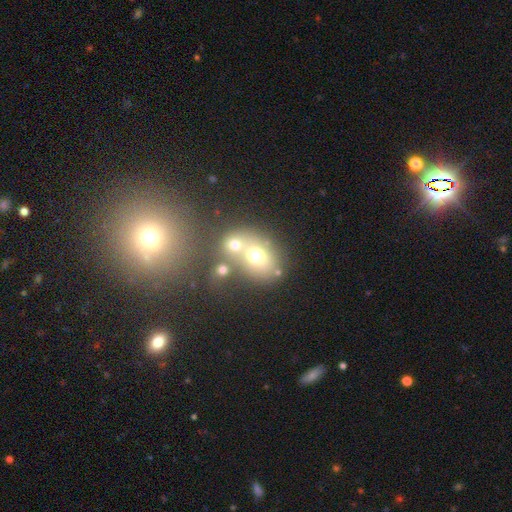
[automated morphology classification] This is likely a smooth galaxy (61%). How rounded: possibly round (54%). Merging: possibly merger (48%).